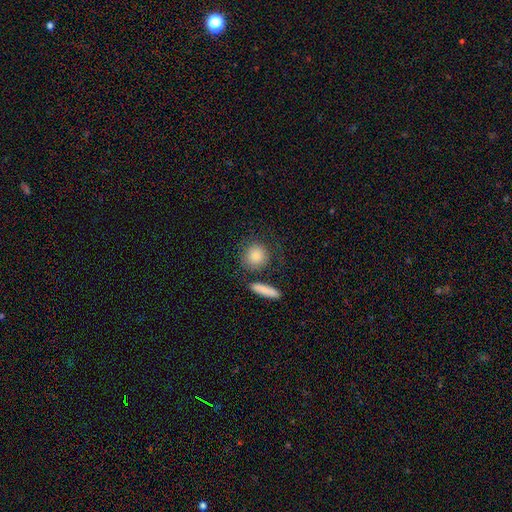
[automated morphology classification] This is clearly a smooth galaxy (82%). How rounded: clearly round (82%). Merging: likely none (73%).